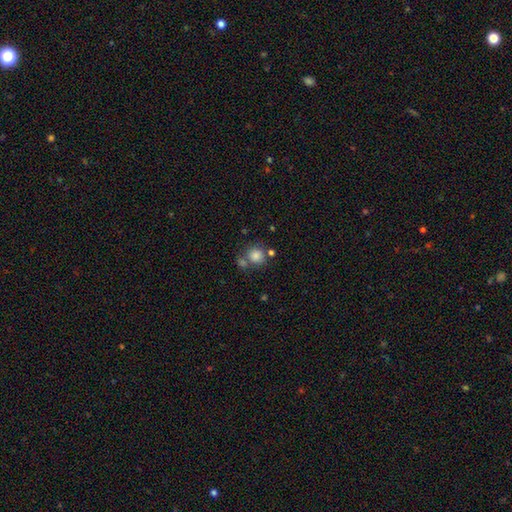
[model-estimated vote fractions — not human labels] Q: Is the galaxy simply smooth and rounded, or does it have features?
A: smooth — 82%.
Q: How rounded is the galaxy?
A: round — 89%.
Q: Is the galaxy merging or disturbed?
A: none — 62%.